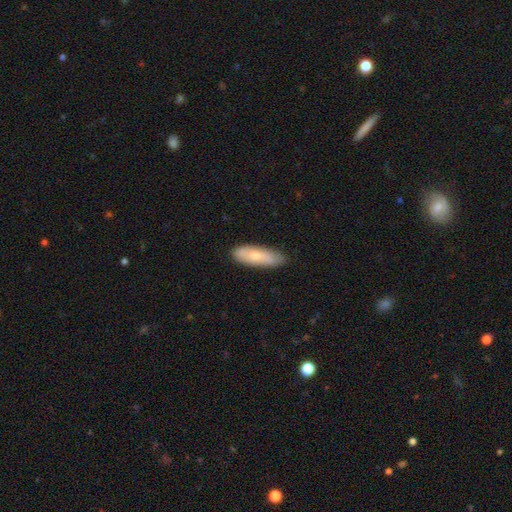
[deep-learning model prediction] The model was most divided on "how rounded": in between: 54%, cigar-shaped: 44%, round: 2%. More confident: merging — none (81%); smooth or featured — smooth (73%).